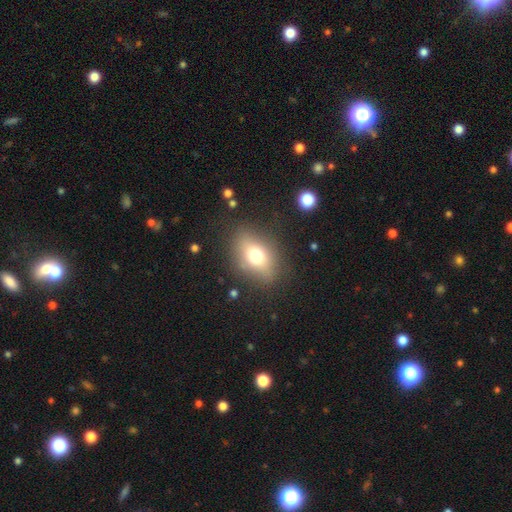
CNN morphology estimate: type=smooth (68%); roundness=in between (71%); merging=none (76%).